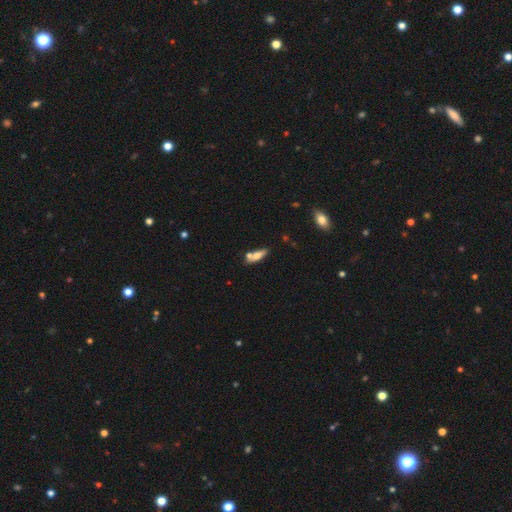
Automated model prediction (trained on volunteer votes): A smooth galaxy with no disk features (63%) that is in between round and cigar-shaped (53%). Merging: none (51%).